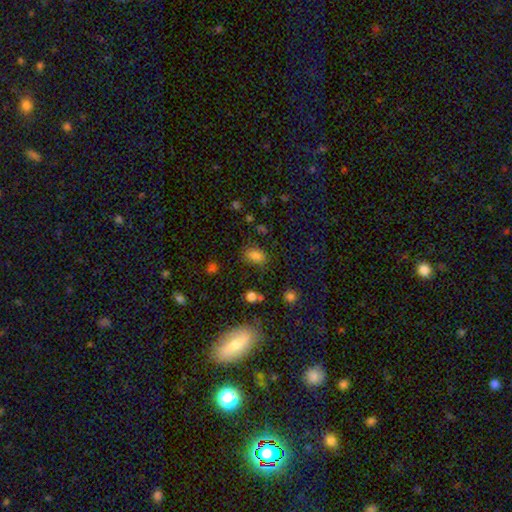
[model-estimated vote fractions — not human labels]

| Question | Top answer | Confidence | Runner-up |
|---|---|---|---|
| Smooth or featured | smooth | 77% | star or artifact (15%) |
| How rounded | in between | 82% | round (16%) |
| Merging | none | 75% | minor disturbance (17%) |